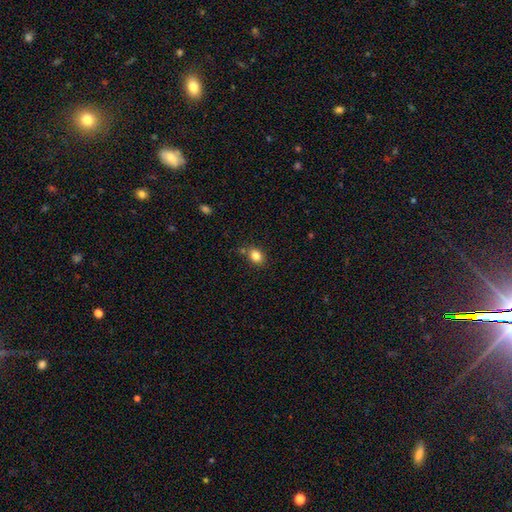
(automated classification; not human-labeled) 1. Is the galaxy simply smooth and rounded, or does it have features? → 84% smooth, 10% star or artifact, 6% featured or disk.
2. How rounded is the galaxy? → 59% in between, 39% round, 1% cigar-shaped.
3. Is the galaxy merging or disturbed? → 75% none, 15% minor disturbance, 7% merger, 4% major disturbance.